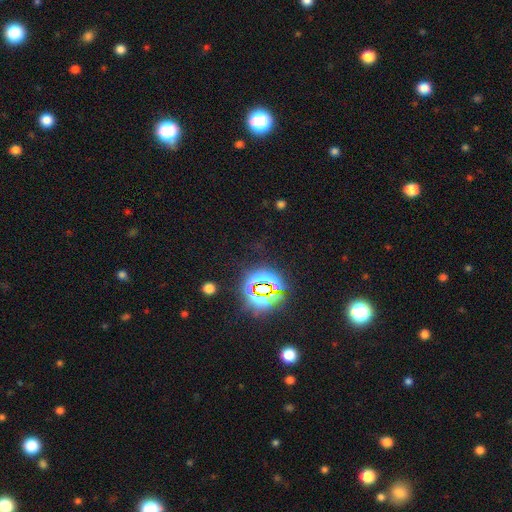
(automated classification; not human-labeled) Overall: star or artifact (79%).